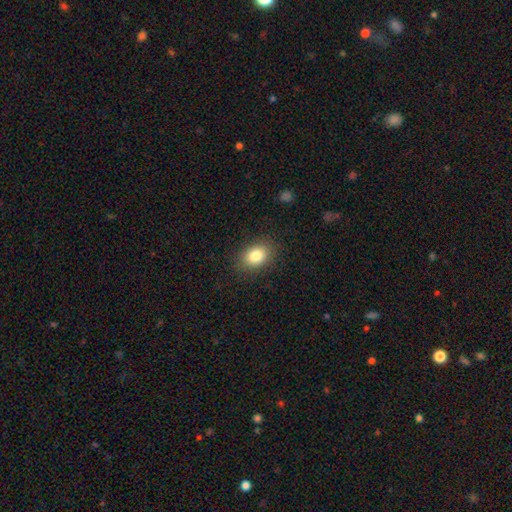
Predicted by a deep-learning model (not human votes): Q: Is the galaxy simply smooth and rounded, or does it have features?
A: smooth — 83%.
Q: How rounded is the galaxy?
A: in between — 76%.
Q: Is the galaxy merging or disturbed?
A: none — 86%.